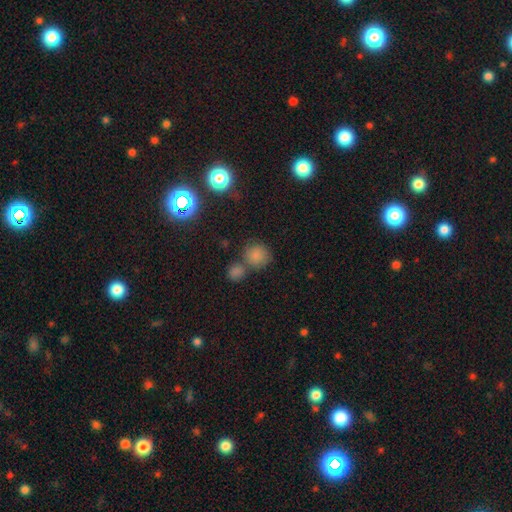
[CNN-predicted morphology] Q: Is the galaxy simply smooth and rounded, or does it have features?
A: smooth — 80%.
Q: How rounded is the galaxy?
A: round — 85%.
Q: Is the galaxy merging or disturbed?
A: none — 49%.